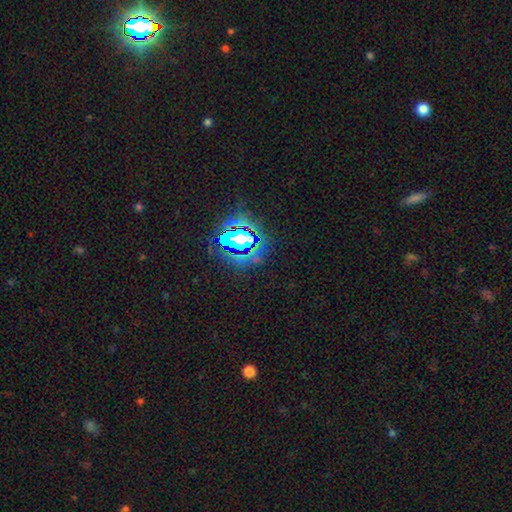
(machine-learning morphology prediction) Smooth or featured?
  - star or artifact: 82% *
  - smooth: 11%
  - featured or disk: 7%